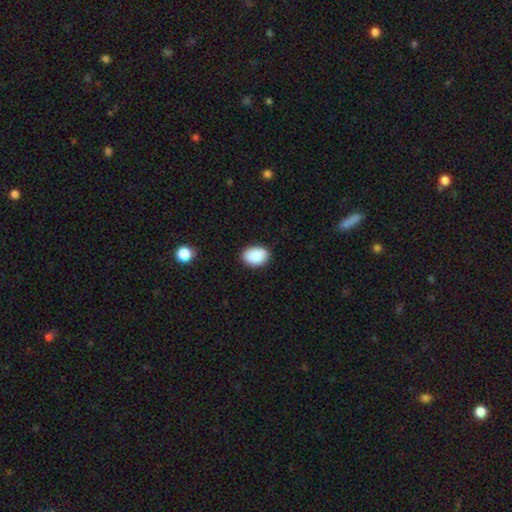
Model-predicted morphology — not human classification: Smooth or featured?
  - smooth: 89% *
  - star or artifact: 7%
  - featured or disk: 4%
How rounded?
  - in between: 78% *
  - round: 21%
  - cigar-shaped: 1%
Merging?
  - none: 87% *
  - minor disturbance: 10%
  - major disturbance: 2%
  - merger: 1%